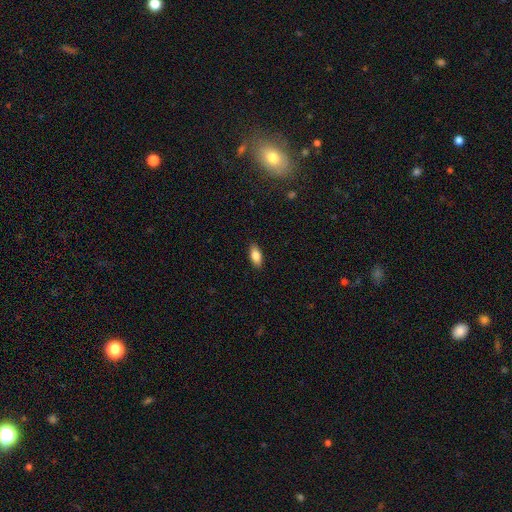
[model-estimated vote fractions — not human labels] Smooth or featured: smooth — 84% (featured or disk — 9%)
How rounded: in between — 85% (cigar-shaped — 12%)
Merging: none — 89% (minor disturbance — 9%)